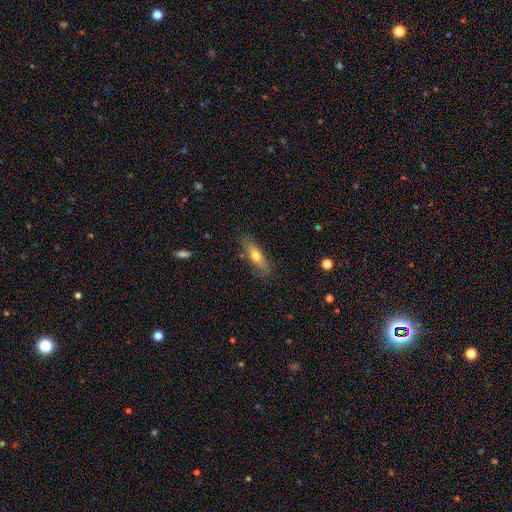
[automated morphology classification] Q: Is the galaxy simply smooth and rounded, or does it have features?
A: smooth — 65%.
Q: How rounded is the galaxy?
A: cigar-shaped — 53%.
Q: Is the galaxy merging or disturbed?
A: none — 79%.